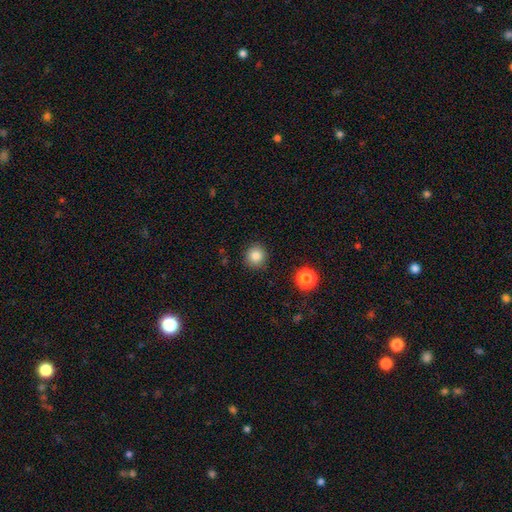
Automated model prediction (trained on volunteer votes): Smooth or featured? Predicted: smooth (p=0.84). How rounded? Predicted: round (p=0.91). Merging? Predicted: none (p=0.90).